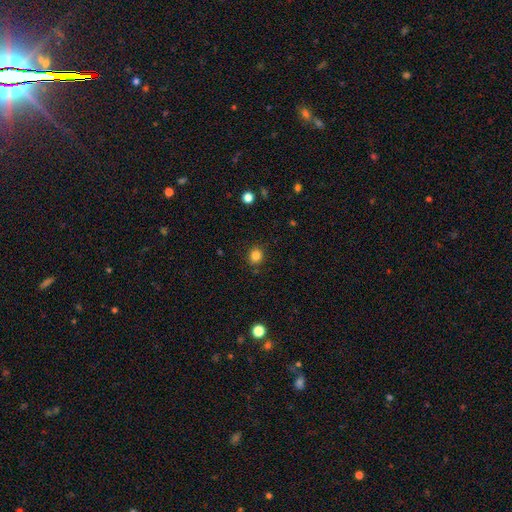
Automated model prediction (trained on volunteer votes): Smooth or featured? Predicted: smooth (p=0.83). How rounded? Predicted: round (p=0.82). Merging? Predicted: none (p=0.89).